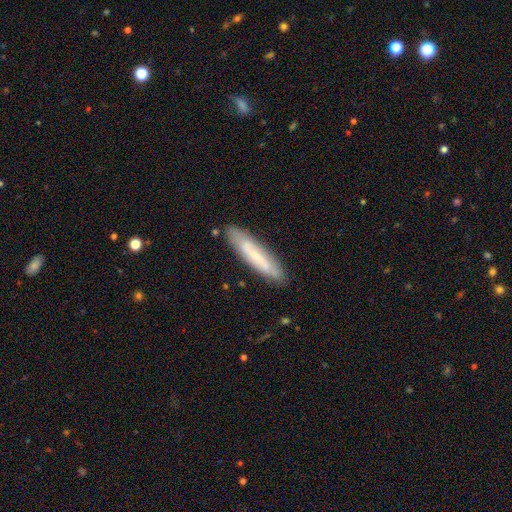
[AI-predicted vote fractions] Smooth or featured?
  - smooth: 54% *
  - featured or disk: 39%
  - star or artifact: 7%
How rounded?
  - cigar-shaped: 83% *
  - in between: 15%
  - round: 1%
Merging?
  - none: 83% *
  - minor disturbance: 13%
  - major disturbance: 3%
  - merger: 2%